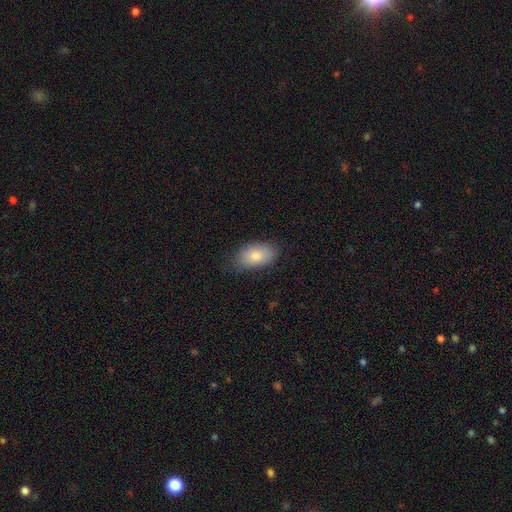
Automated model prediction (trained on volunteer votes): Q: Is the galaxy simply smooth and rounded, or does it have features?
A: smooth — 81%.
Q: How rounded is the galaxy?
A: in between — 93%.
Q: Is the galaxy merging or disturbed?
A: none — 78%.